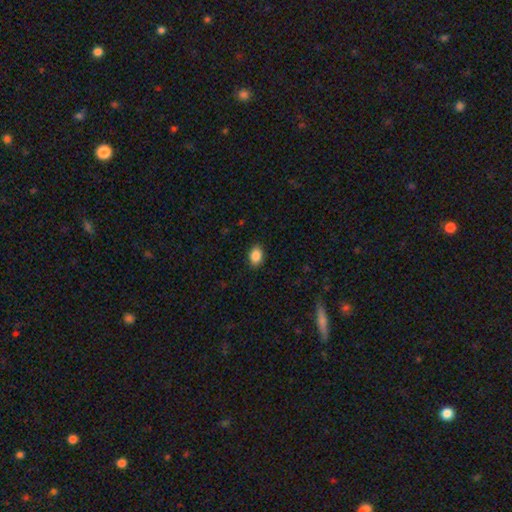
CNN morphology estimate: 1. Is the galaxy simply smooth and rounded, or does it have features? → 88% smooth, 8% star or artifact, 4% featured or disk.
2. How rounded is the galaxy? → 79% in between, 20% round, 1% cigar-shaped.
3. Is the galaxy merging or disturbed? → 88% none, 9% minor disturbance, 2% major disturbance, 1% merger.